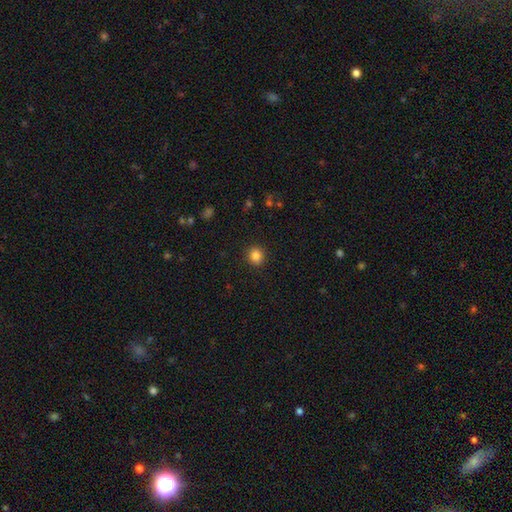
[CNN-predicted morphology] Smooth or featured?
  - smooth: 84% *
  - star or artifact: 11%
  - featured or disk: 5%
How rounded?
  - round: 88% *
  - in between: 11%
  - cigar-shaped: 1%
Merging?
  - none: 91% *
  - minor disturbance: 6%
  - major disturbance: 2%
  - merger: 1%